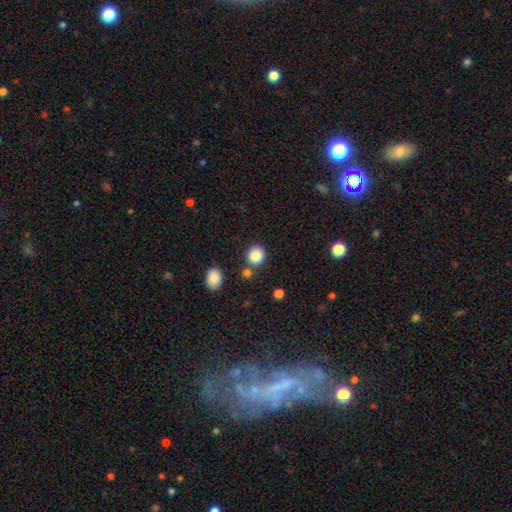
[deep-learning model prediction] Morphology: type=smooth (86%); roundness=round (87%); merging=none (79%).